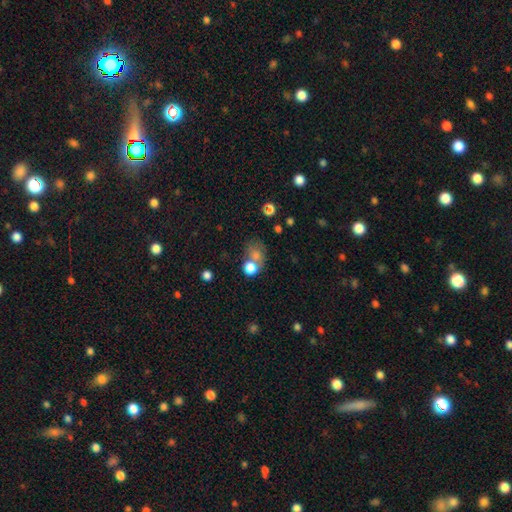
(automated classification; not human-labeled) Smooth or featured? Predicted: smooth (p=0.62). How rounded? Predicted: round (p=0.58). Merging? Predicted: none (p=0.49).